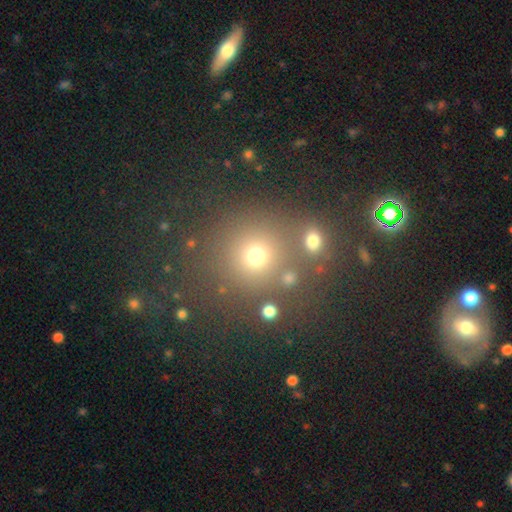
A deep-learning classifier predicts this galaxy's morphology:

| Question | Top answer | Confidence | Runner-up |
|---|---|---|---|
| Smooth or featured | smooth | 71% | star or artifact (21%) |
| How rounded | round | 88% | in between (11%) |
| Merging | none | 68% | merger (17%) |